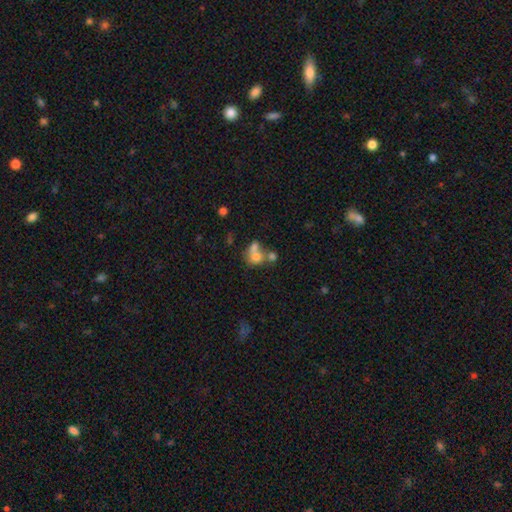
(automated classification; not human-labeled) smooth_or_featured: smooth (p=0.67) [alt: featured or disk p=0.20]
how_rounded: round (p=0.60) [alt: in between p=0.38]
merging: merger (p=0.56) [alt: none p=0.28]